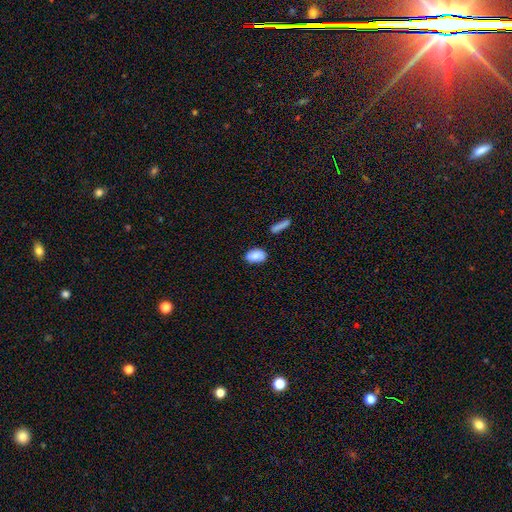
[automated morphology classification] type=smooth (86%); roundness=in between (90%); merging=none (75%).